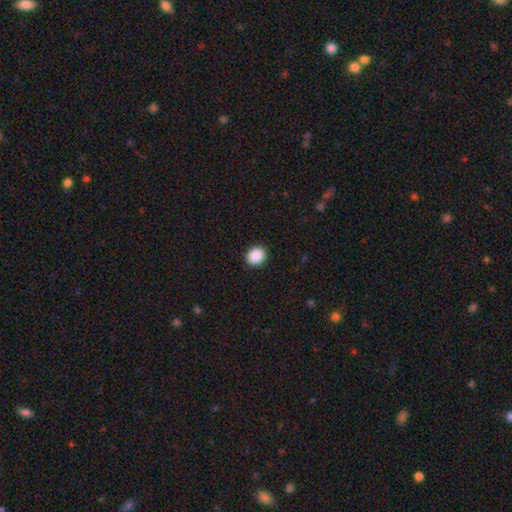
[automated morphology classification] Q: Smooth or featured?
A: smooth (89%); runner-up: star or artifact (8%)
Q: How rounded?
A: round (71%); runner-up: in between (28%)
Q: Merging?
A: none (91%); runner-up: minor disturbance (6%)